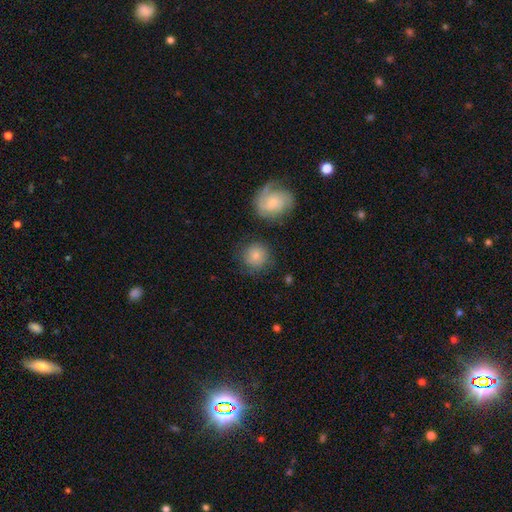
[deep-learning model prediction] This is likely a smooth galaxy (79%). How rounded: clearly round (91%). Merging: likely none (79%).